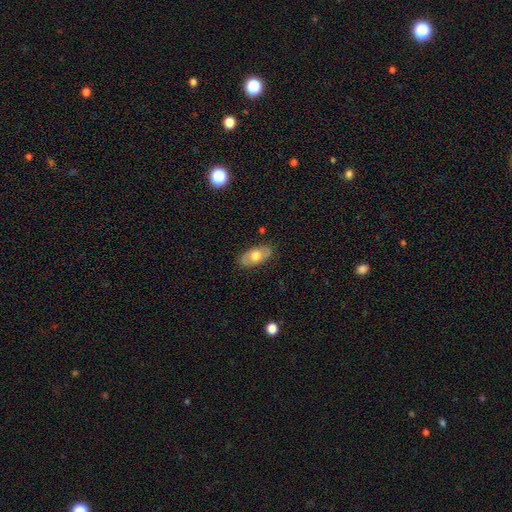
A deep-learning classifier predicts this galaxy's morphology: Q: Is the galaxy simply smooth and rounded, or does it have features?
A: smooth — 57%.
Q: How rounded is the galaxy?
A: in between — 91%.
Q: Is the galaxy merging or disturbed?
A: none — 83%.